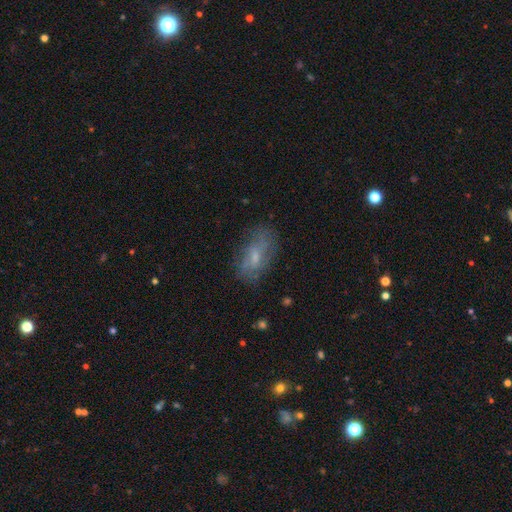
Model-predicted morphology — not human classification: type=smooth (47%); merging=none (66%).